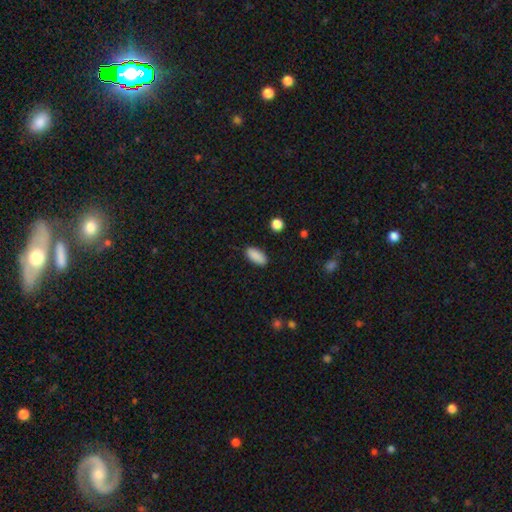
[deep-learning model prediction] A smooth galaxy with no disk features (90%) that is in between round and cigar-shaped (88%).

Vote fractions:
- Smooth or featured? smooth: 90% / star or artifact: 7% / featured or disk: 3%
- How rounded? in between: 88% / cigar-shaped: 10% / round: 2%
- Merging? none: 88% / minor disturbance: 9% / major disturbance: 2% / merger: 1%